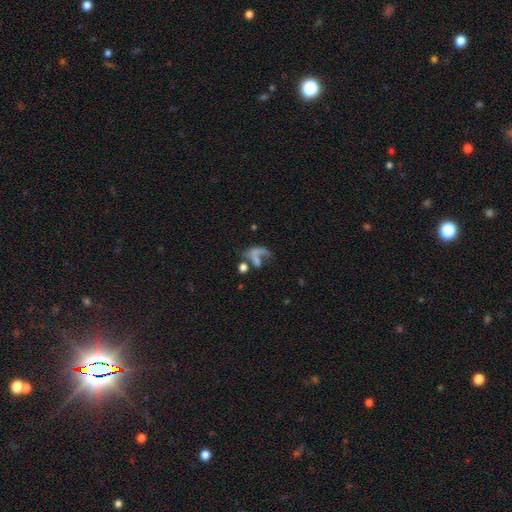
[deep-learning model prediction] Smooth or featured? Predicted: featured or disk (p=0.41, tied with smooth). Merging? Predicted: major disturbance (p=0.37).